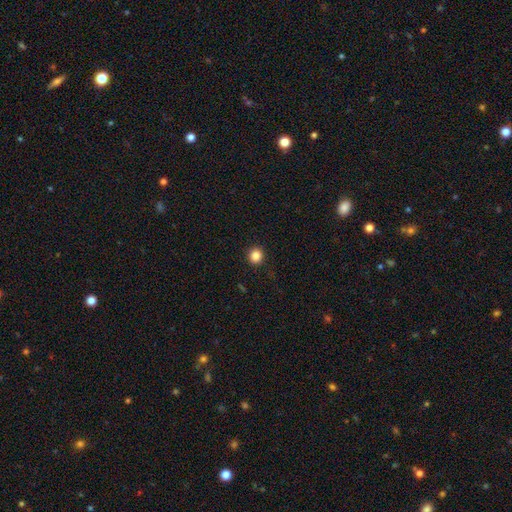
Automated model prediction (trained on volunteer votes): This appears to be a smooth galaxy with no disk features (85%) that is round (91%). Merging: none (93%).